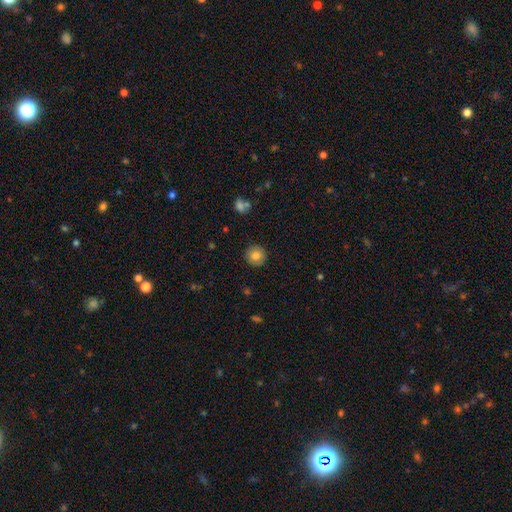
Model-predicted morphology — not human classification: This is clearly a smooth galaxy (82%). How rounded: clearly round (95%). Merging: clearly none (91%).